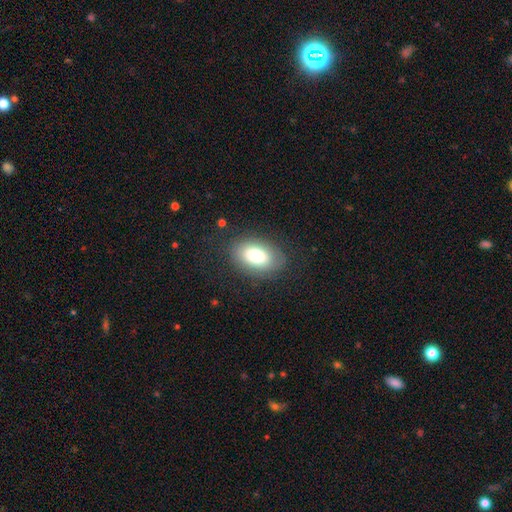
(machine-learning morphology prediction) smooth 79%, featured or disk 13%, star or artifact 8%. Down the decision tree: how rounded — in between (91%); merging — none (81%).